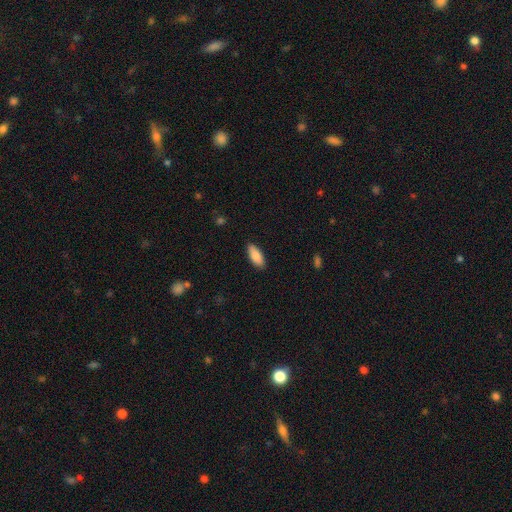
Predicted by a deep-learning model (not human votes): This is clearly a smooth galaxy (88%). How rounded: clearly in between (81%). Merging: clearly none (88%).